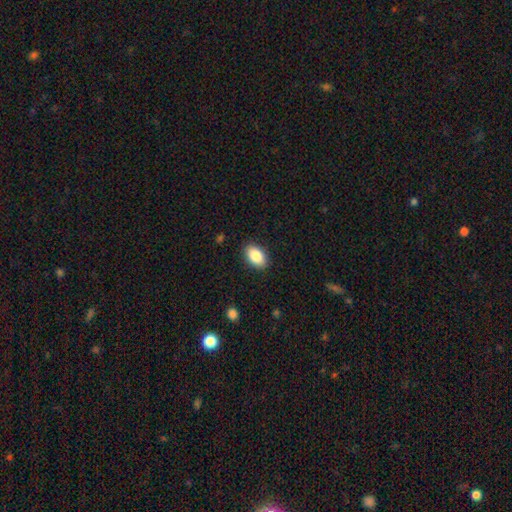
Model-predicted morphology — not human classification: Q: Smooth or featured?
A: smooth (86%); runner-up: star or artifact (7%)
Q: How rounded?
A: in between (91%); runner-up: round (7%)
Q: Merging?
A: none (88%); runner-up: minor disturbance (9%)